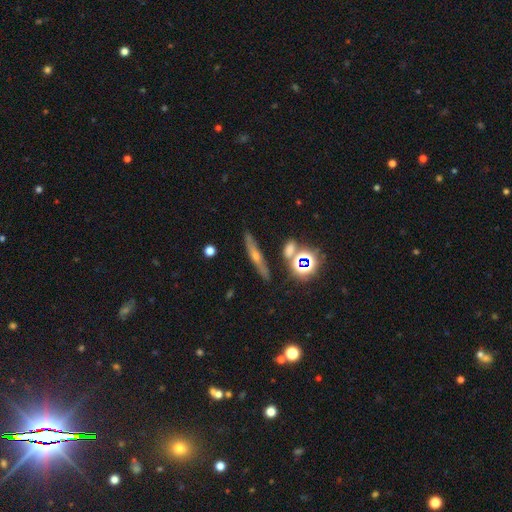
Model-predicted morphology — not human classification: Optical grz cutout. It shows a featured or disk galaxy (46%). Merging: none (85%).